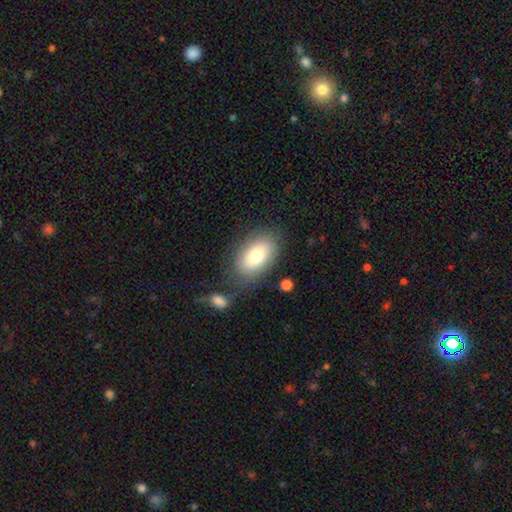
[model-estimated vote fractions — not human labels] Q: Smooth or featured?
A: smooth (77%); runner-up: featured or disk (16%)
Q: How rounded?
A: in between (91%); runner-up: round (8%)
Q: Merging?
A: none (73%); runner-up: minor disturbance (14%)